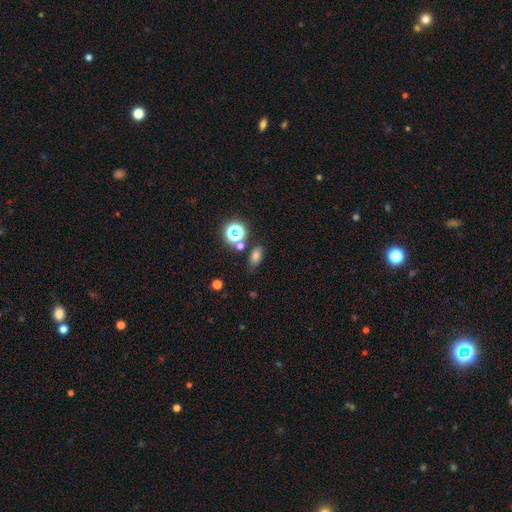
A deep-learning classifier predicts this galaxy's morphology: A smooth galaxy with no disk features (69%) that is in between round and cigar-shaped (76%). Merging: none (76%).